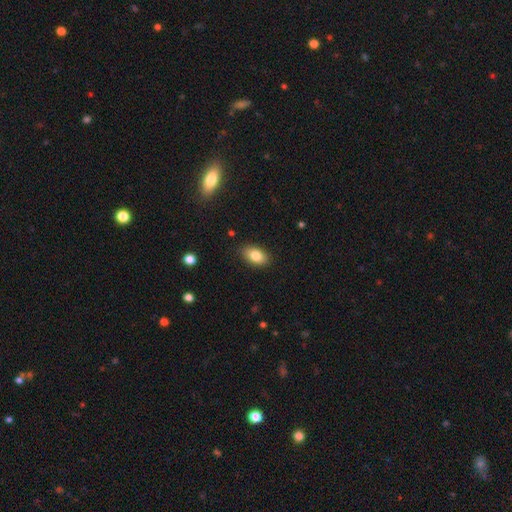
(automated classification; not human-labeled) This is clearly a smooth galaxy (82%). How rounded: clearly in between (89%). Merging: clearly none (86%).